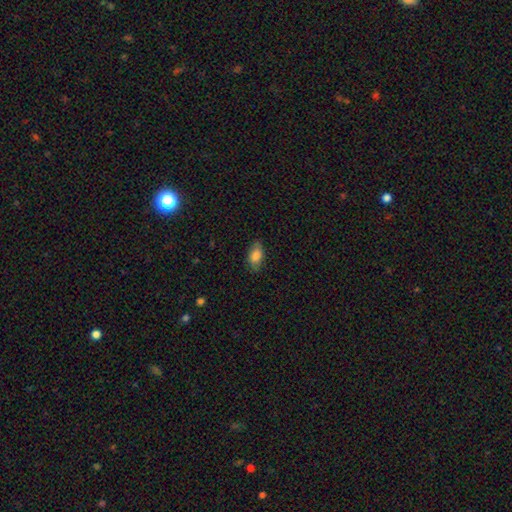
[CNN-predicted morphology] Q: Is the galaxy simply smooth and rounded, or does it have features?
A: smooth — 82%.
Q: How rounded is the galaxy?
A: in between — 90%.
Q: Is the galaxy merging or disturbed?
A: none — 78%.